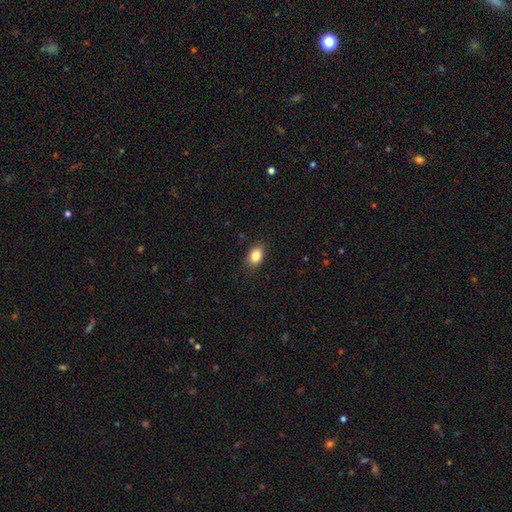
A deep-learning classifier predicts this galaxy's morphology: smooth_or_featured: smooth (p=0.84) [alt: star or artifact p=0.09]
how_rounded: in between (p=0.80) [alt: round p=0.19]
merging: none (p=0.86) [alt: minor disturbance p=0.11]